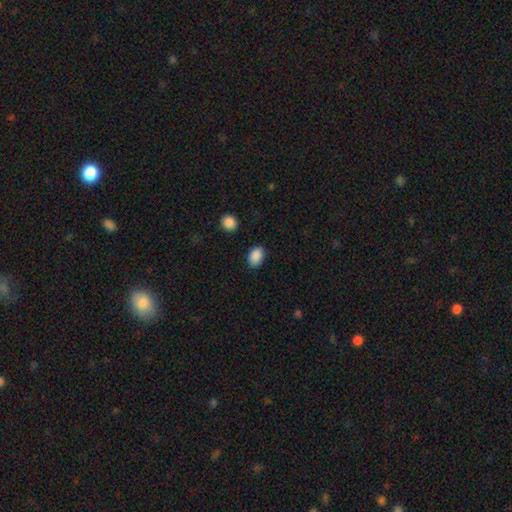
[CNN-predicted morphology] Q: Smooth or featured?
A: smooth (89%); runner-up: star or artifact (8%)
Q: How rounded?
A: in between (81%); runner-up: round (18%)
Q: Merging?
A: none (85%); runner-up: minor disturbance (11%)